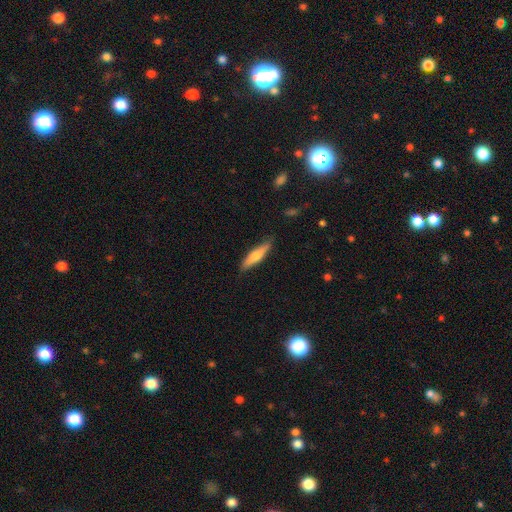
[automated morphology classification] This is possibly a smooth galaxy (56%). How rounded: likely cigar-shaped (78%). Merging: clearly none (84%).